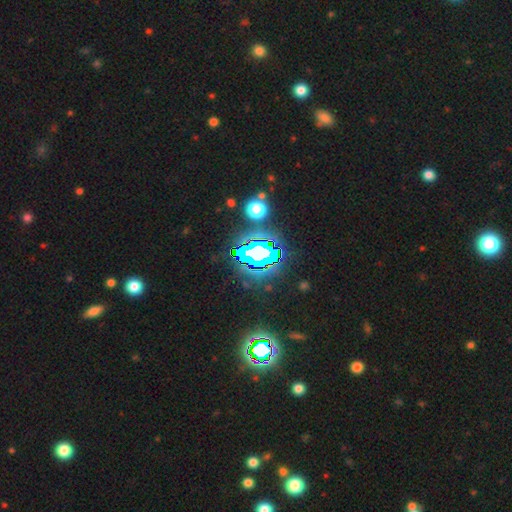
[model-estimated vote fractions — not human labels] Q: Smooth or featured?
A: star or artifact (77%); runner-up: smooth (13%)